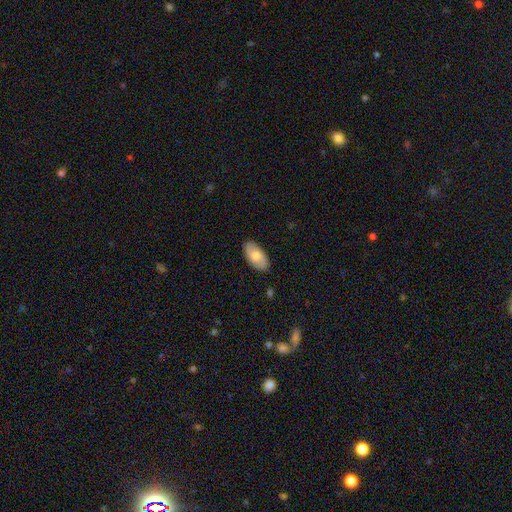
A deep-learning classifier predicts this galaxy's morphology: smooth-or-featured: smooth: 72% | featured or disk: 22% | star or artifact: 6%
  how-rounded: in between: 95% | round: 3% | cigar-shaped: 2%
  merging: none: 87% | minor disturbance: 10% | major disturbance: 2% | merger: 1%